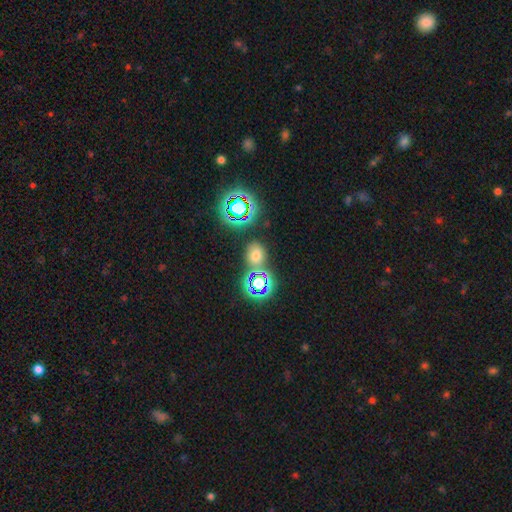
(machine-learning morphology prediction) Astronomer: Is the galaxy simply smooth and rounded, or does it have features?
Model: smooth — 52% (runner-up: star or artifact, 38%).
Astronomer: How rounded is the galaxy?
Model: in between — 51% (runner-up: round, 48%).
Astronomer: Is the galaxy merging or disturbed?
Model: none — 71%.